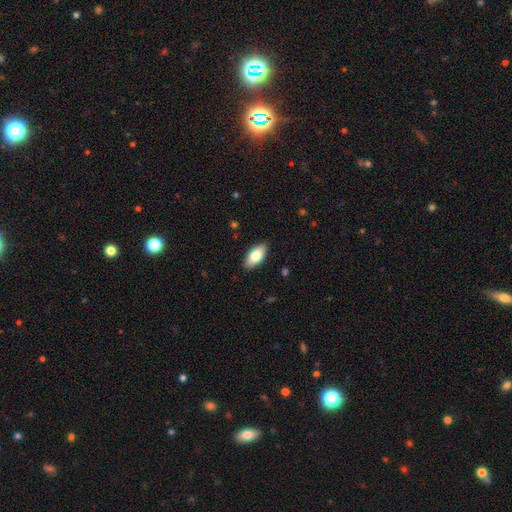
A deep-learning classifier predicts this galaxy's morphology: Q: Smooth or featured?
A: smooth (78%); runner-up: featured or disk (16%)
Q: How rounded?
A: in between (91%); runner-up: cigar-shaped (6%)
Q: Merging?
A: none (88%); runner-up: minor disturbance (9%)